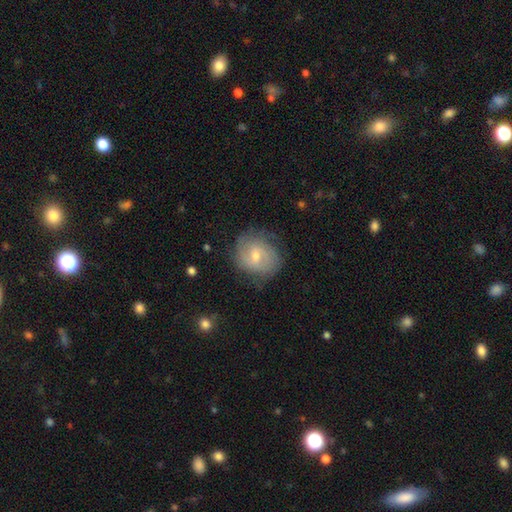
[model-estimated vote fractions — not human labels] The model was most divided on "bar": weak: 48%, no: 43%, strong: 9%. More confident: edge-on disk — no (96%); spiral arms — yes (82%); merging — none (72%); smooth or featured — featured or disk (58%); bulge size — small (52%).